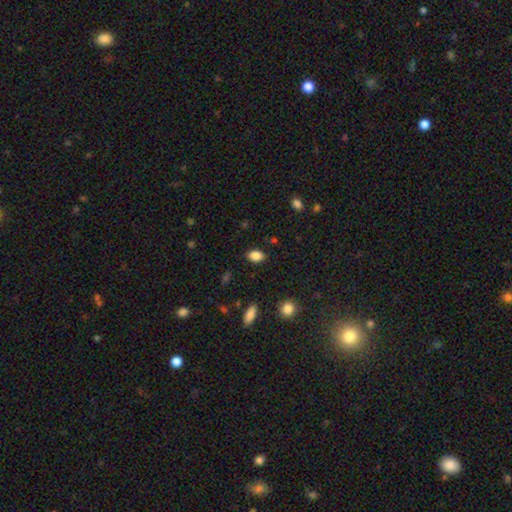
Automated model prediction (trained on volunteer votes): This appears to be a smooth galaxy with no disk features (86%) that is in between round and cigar-shaped (87%). Merging: none (86%).